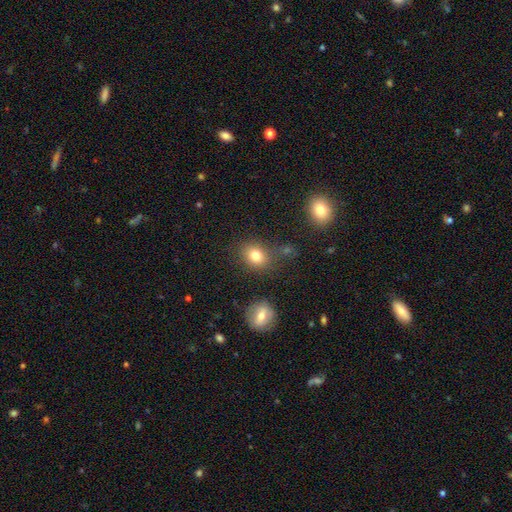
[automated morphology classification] A smooth galaxy with no disk features (80%) that is round (51%).

Vote fractions:
- Smooth or featured? smooth: 80% / star or artifact: 12% / featured or disk: 9%
- How rounded? round: 51% / in between: 48% / cigar-shaped: 1%
- Merging? none: 75% / minor disturbance: 13% / merger: 7% / major disturbance: 4%